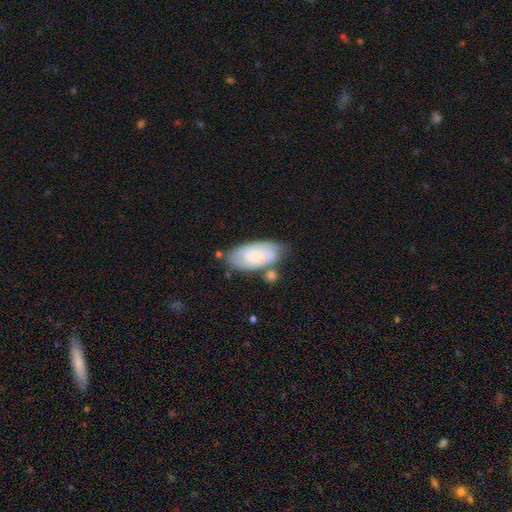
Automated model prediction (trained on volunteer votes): This appears to be a featured or disk galaxy (53%). Merging: none (59%).